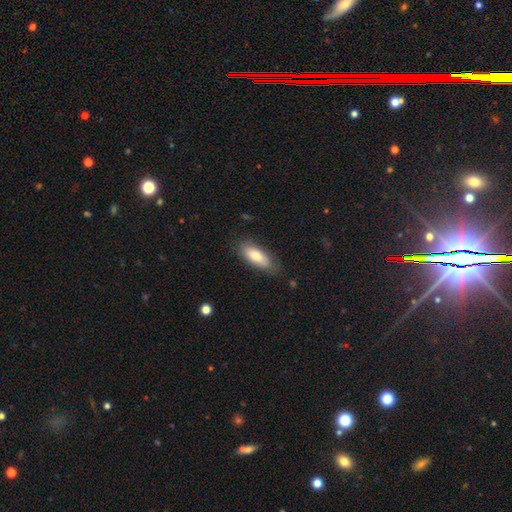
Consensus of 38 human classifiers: smooth-or-featured: smooth: 84% | featured or disk: 8% | star or artifact: 8%
  how-rounded: in between: 78% | cigar-shaped: 22% | round: 0%
  merging: none: 80% | minor disturbance: 14% | major disturbance: 6% | merger: 0%